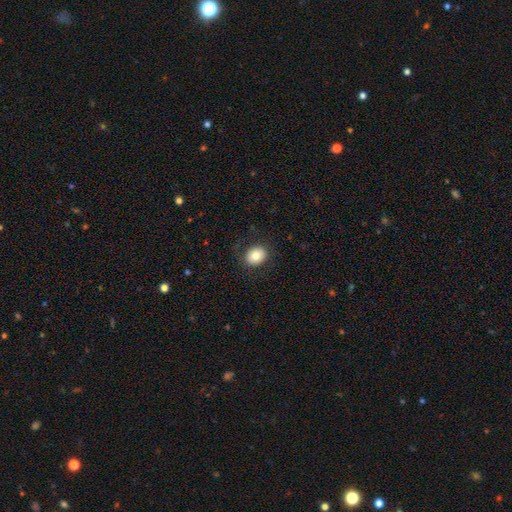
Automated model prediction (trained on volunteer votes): Overall: smooth (81%). How rounded: round (56%; in between 44%). Merging: none (85%).